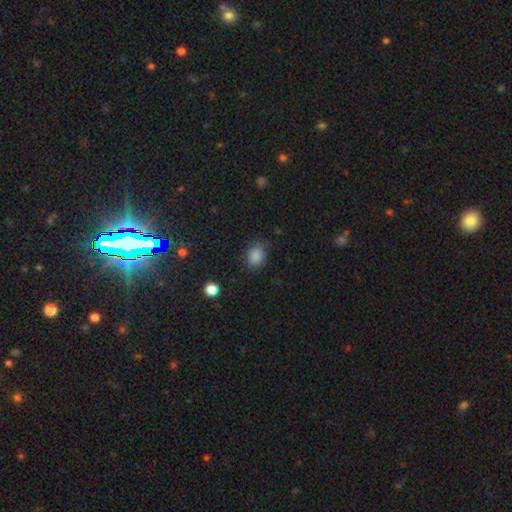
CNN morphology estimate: smooth 85%, star or artifact 11%, featured or disk 4%. Down the decision tree: how rounded — in between (50%); merging — none (75%).